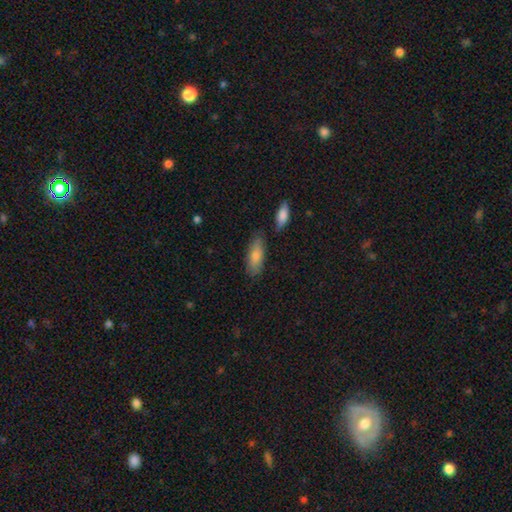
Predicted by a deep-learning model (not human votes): This appears to be a smooth galaxy with no disk features (77%) that is in between round and cigar-shaped (72%). Merging: none (73%).